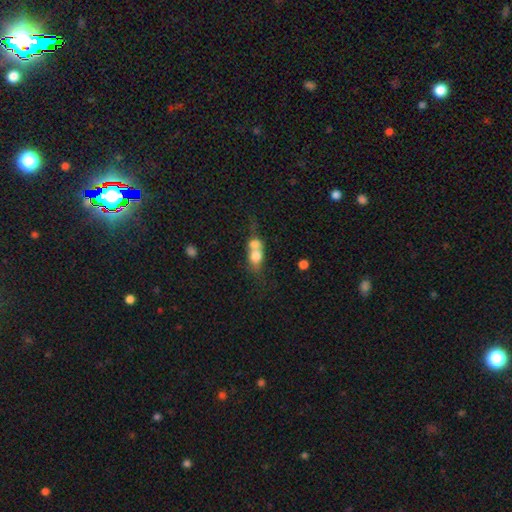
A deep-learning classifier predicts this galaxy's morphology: The model was most divided on "how rounded": in between: 49%, round: 45%, cigar-shaped: 6%. More confident: merging — merger (73%); smooth or featured — smooth (67%).